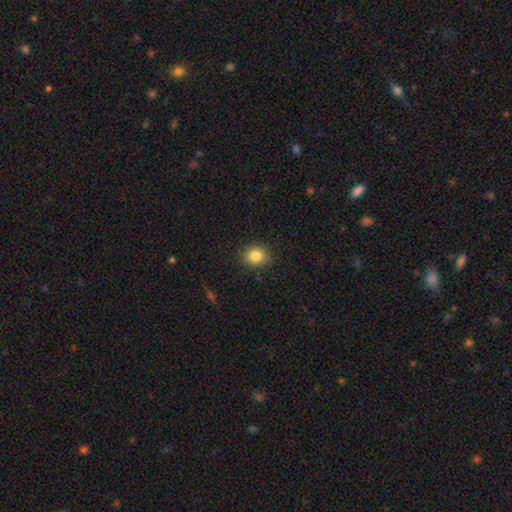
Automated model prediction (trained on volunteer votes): Morphology: type=smooth (83%); roundness=round (66%); merging=none (84%).